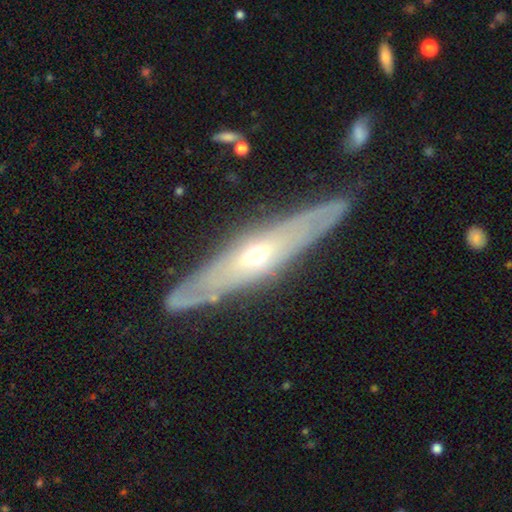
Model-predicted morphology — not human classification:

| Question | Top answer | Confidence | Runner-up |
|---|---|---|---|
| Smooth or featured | featured or disk | 69% | smooth (25%) |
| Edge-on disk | yes | 67% | no (33%) |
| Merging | none | 81% | minor disturbance (13%) |